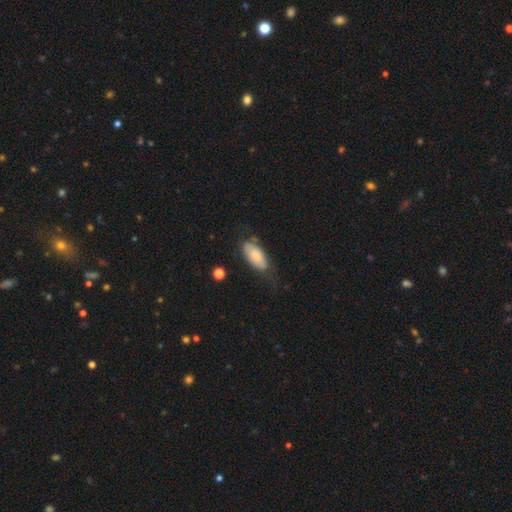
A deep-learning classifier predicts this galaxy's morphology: Overall: smooth (66%; featured or disk 28%). How rounded: in between (90%). Merging: none (54%; minor disturbance 30%).